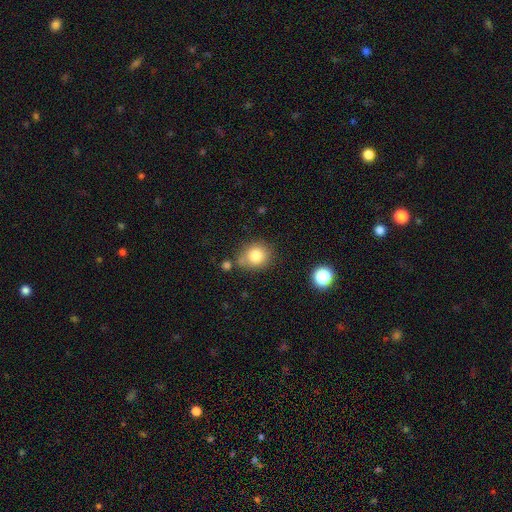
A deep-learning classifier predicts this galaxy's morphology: This appears to be a smooth galaxy with no disk features (81%) that is round (76%). Merging: none (68%).